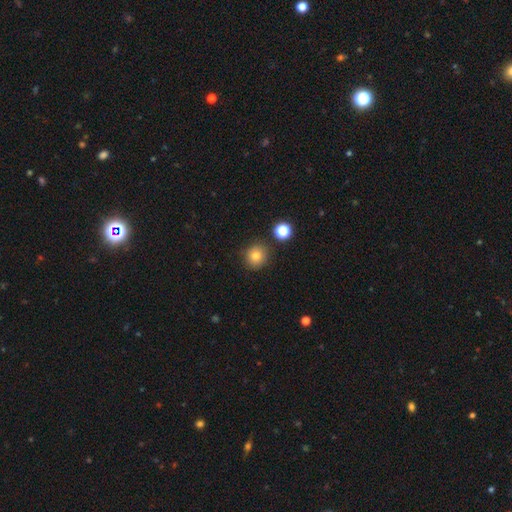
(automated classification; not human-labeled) smooth 79%, star or artifact 13%, featured or disk 7%. Down the decision tree: how rounded — round (89%); merging — none (86%).